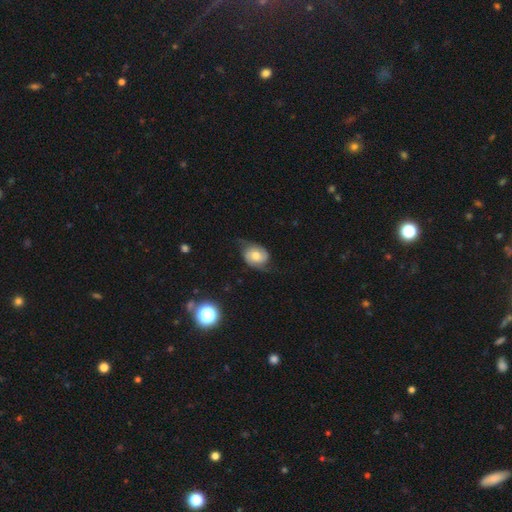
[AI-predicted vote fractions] Smooth or featured? featured or disk (63%)
Edge-on disk? no (97%)
Bar? no (64%)
Spiral arms? yes (91%)
Spiral winding? medium (43%)
Spiral arm count? 2 (86%)
Bulge size? moderate (64%)
Merging? none (62%)